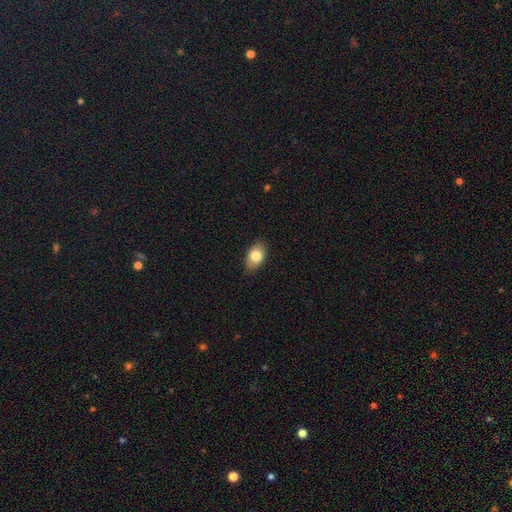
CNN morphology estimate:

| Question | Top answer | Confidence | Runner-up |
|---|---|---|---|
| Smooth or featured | smooth | 80% | featured or disk (13%) |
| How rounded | in between | 88% | round (10%) |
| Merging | none | 85% | minor disturbance (12%) |